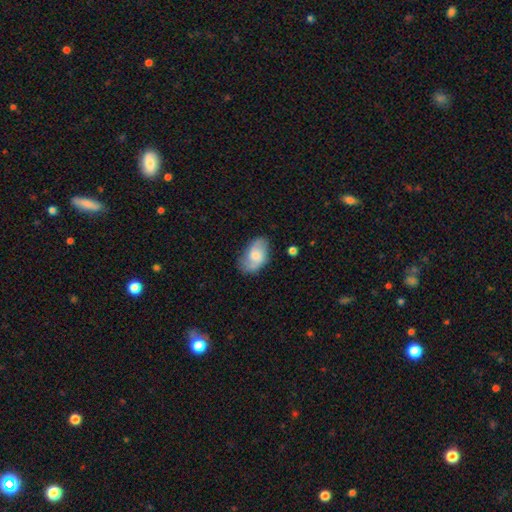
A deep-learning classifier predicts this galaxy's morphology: Smooth or featured? Predicted: smooth (p=0.52). How rounded? Predicted: in between (p=0.91). Merging? Predicted: none (p=0.66).